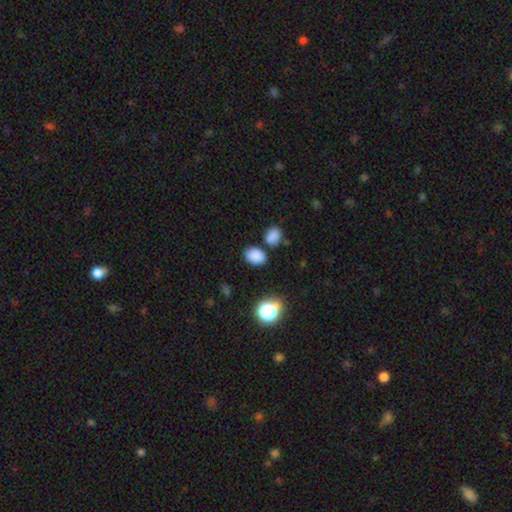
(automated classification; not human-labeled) Overall: smooth (84%). How rounded: in between (72%). Merging: none (77%).